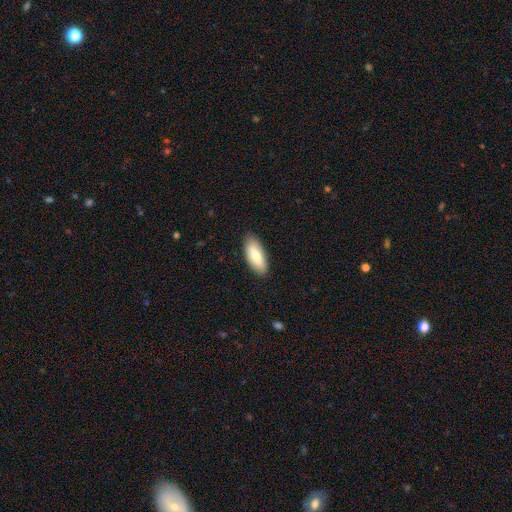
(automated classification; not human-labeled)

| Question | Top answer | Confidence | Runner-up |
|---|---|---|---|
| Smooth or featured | smooth | 75% | featured or disk (19%) |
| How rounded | in between | 81% | cigar-shaped (17%) |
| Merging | none | 86% | minor disturbance (11%) |